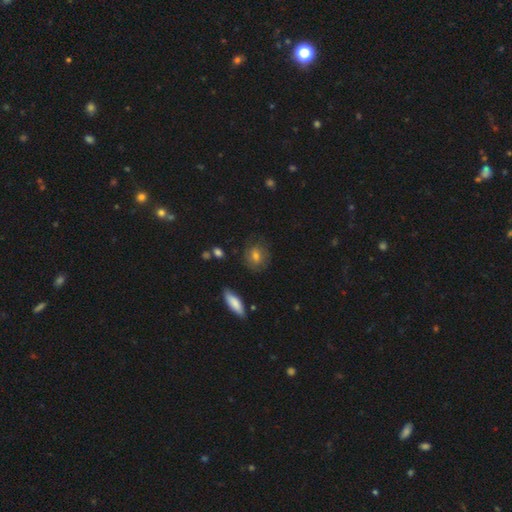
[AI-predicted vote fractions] Morphology: type=smooth (63%); roundness=round (68%); merging=none (77%).